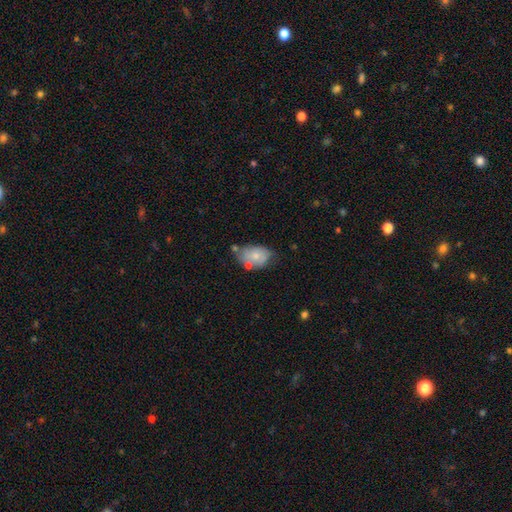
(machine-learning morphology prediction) This appears to be a smooth galaxy with no disk features (67%) that is in between round and cigar-shaped (84%). Merging: none (43%).